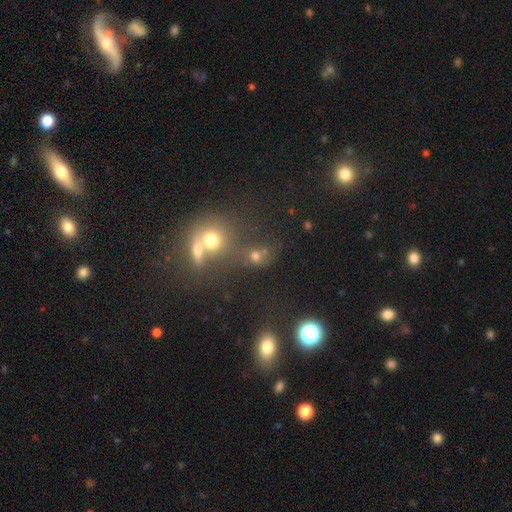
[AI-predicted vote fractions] The model was most divided on "merging": none: 44%, merger: 36%, minor disturbance: 11%, major disturbance: 9%. More confident: how rounded — round (68%); smooth or featured — smooth (57%).